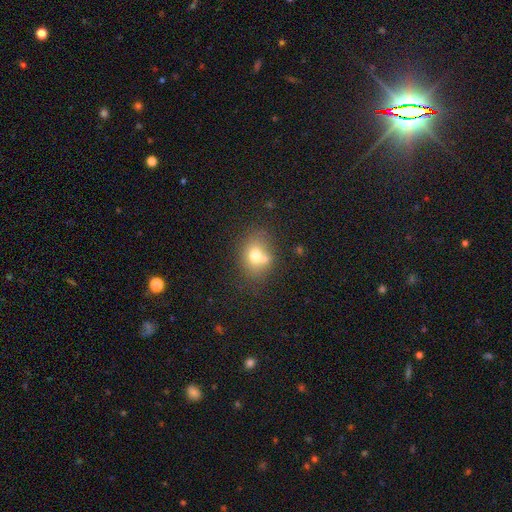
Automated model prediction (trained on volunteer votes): smooth_or_featured: smooth (p=0.69) [alt: featured or disk p=0.20]
how_rounded: round (p=0.52) [alt: in between p=0.47]
merging: none (p=0.46) [alt: merger p=0.34]